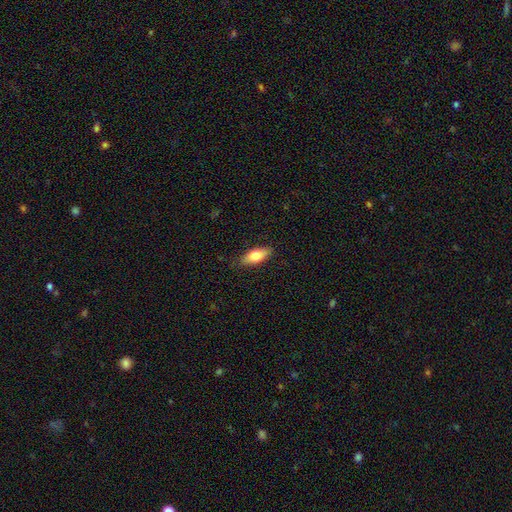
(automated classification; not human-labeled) Morphology: type=smooth (74%); roundness=in between (78%); merging=none (85%).